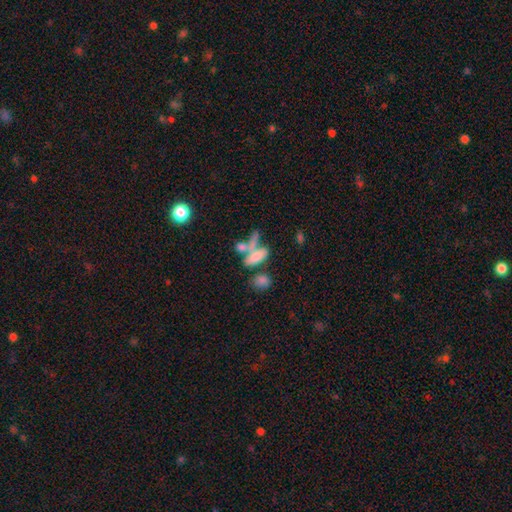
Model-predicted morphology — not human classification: The model was most divided on "merging": merger: 49%, none: 31%, minor disturbance: 11%, major disturbance: 10%. More confident: smooth or featured — smooth (68%); how rounded — in between (65%).